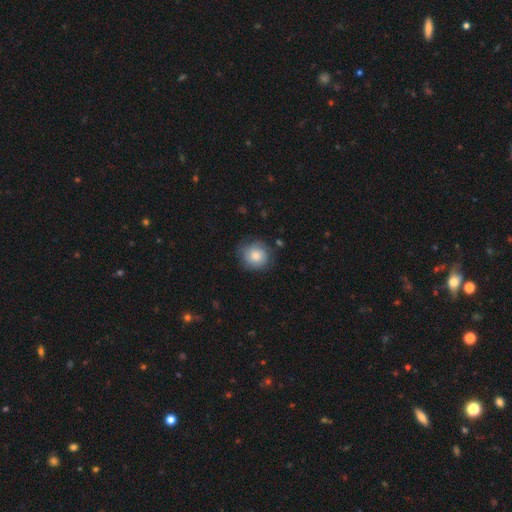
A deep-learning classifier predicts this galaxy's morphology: Q: Smooth or featured?
A: smooth (78%); runner-up: featured or disk (15%)
Q: How rounded?
A: round (88%); runner-up: in between (11%)
Q: Merging?
A: none (76%); runner-up: minor disturbance (18%)